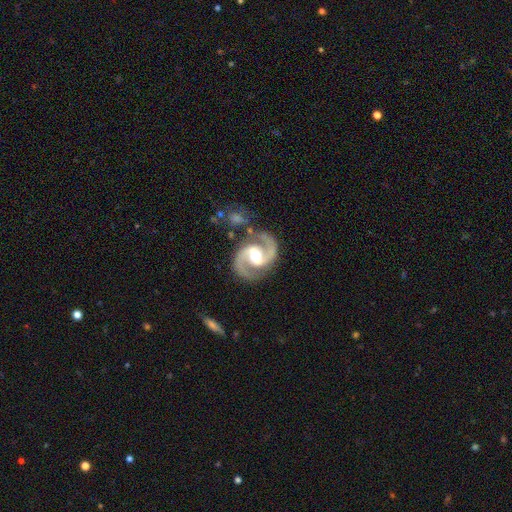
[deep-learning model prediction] Q: Smooth or featured?
A: featured or disk (94%); runner-up: star or artifact (4%)
Q: Edge-on disk?
A: no (98%); runner-up: yes (2%)
Q: Bar?
A: weak (44%); runner-up: strong (39%)
Q: Spiral arms?
A: yes (98%); runner-up: no (2%)
Q: Spiral winding?
A: medium (69%); runner-up: tight (20%)
Q: Spiral arm count?
A: 2 (95%); runner-up: can't tell (1%)
Q: Bulge size?
A: moderate (71%); runner-up: small (16%)
Q: Merging?
A: none (81%); runner-up: minor disturbance (12%)